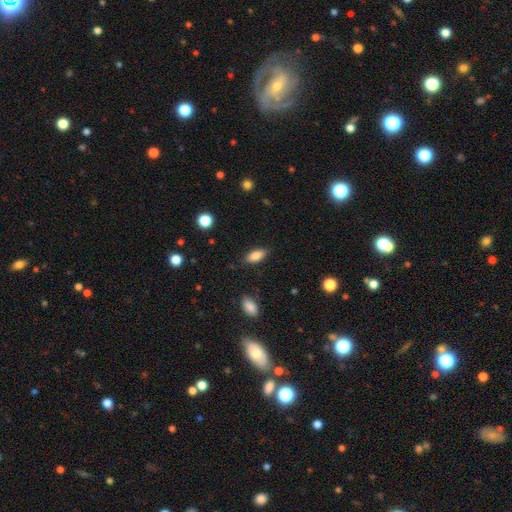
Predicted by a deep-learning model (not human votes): A smooth galaxy with no disk features (83%) that is in between round and cigar-shaped (82%). Merging: none (86%).